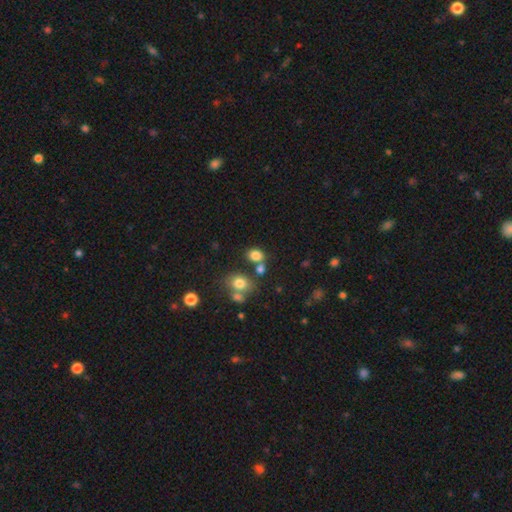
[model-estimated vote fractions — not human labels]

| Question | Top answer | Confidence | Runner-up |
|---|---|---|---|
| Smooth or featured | smooth | 79% | star or artifact (13%) |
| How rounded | in between | 54% | round (45%) |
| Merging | none | 58% | merger (24%) |